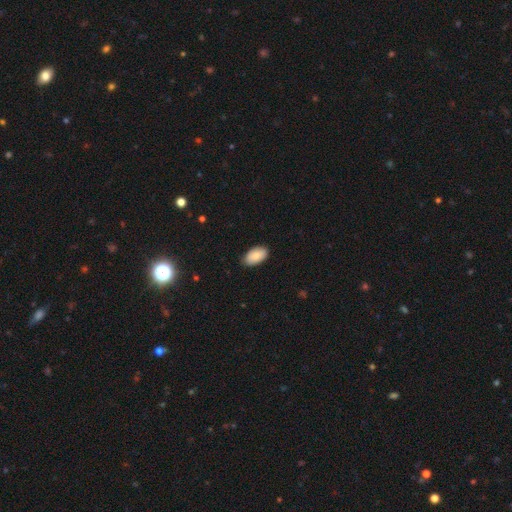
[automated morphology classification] Smooth or featured?
  - smooth: 85% *
  - featured or disk: 9%
  - star or artifact: 7%
How rounded?
  - in between: 95% *
  - round: 4%
  - cigar-shaped: 1%
Merging?
  - none: 85% *
  - minor disturbance: 12%
  - major disturbance: 2%
  - merger: 1%